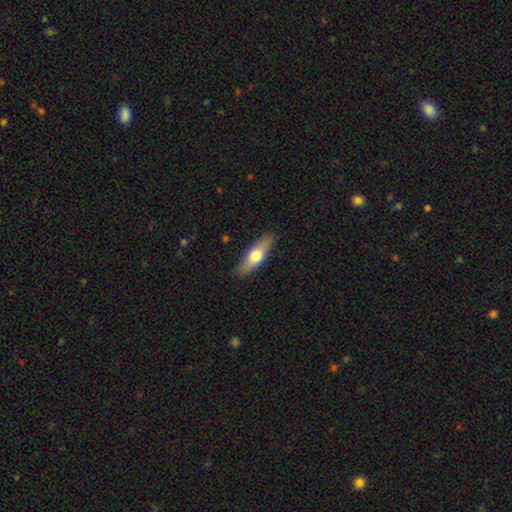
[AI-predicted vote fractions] Morphology: type=smooth (59%); roundness=in between (51%); merging=none (87%).